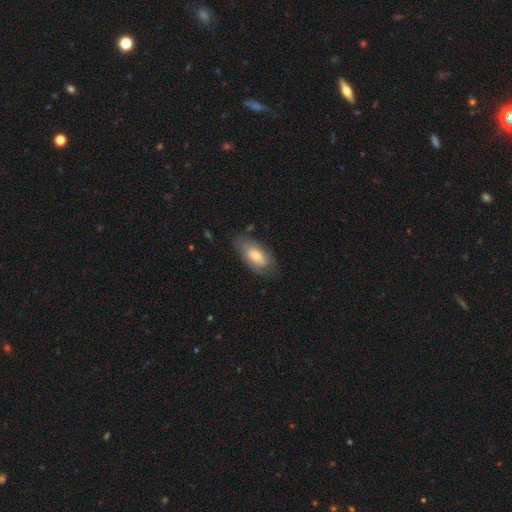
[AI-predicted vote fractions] smooth-or-featured: smooth: 72% | featured or disk: 22% | star or artifact: 6%
  how-rounded: in between: 91% | cigar-shaped: 6% | round: 3%
  merging: none: 68% | minor disturbance: 23% | major disturbance: 7% | merger: 2%